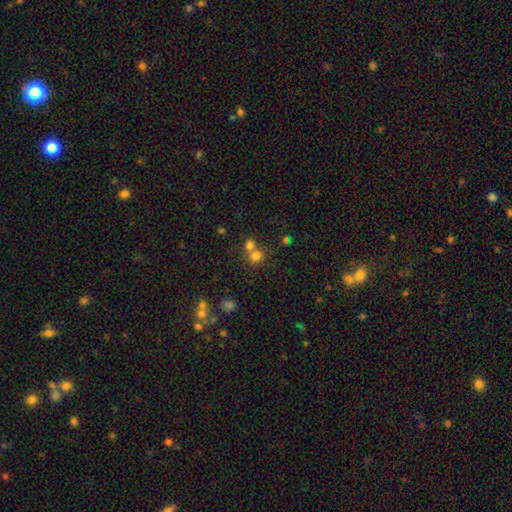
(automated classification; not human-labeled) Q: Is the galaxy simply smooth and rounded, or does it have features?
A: smooth — 74%.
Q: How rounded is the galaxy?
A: round — 81%.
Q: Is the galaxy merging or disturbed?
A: merger — 53%.